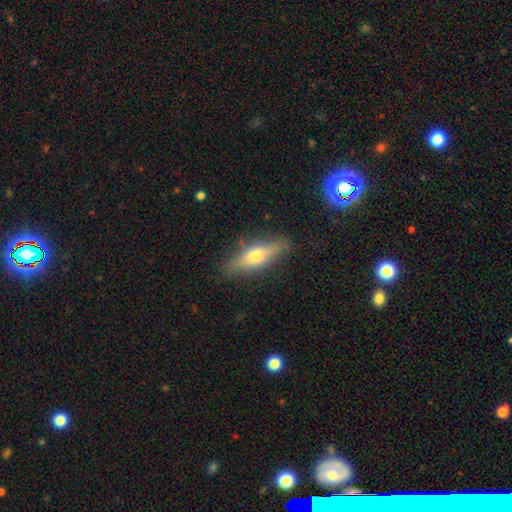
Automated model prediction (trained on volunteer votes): Smooth or featured? Predicted: smooth (p=0.49). Merging? Predicted: none (p=0.83).